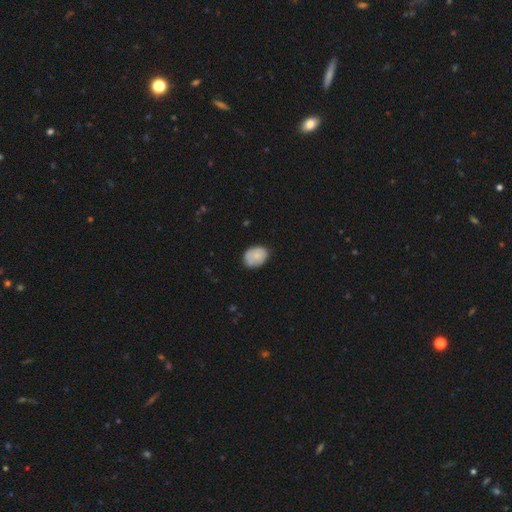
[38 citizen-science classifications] Smooth or featured?
  - smooth: 84% *
  - featured or disk: 13%
  - star or artifact: 3%
How rounded?
  - round: 50% * (tied)
  - in between: 50% * (tied)
  - cigar-shaped: 0%
Merging?
  - none: 59% *
  - minor disturbance: 32%
  - merger: 5%
  - major disturbance: 3%